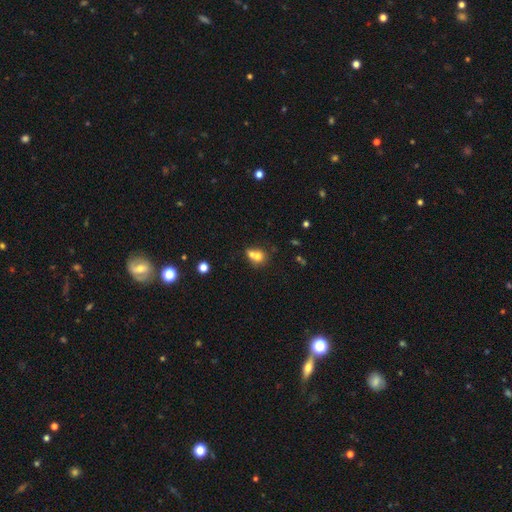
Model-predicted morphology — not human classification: Smooth or featured? smooth (68%)
How rounded? round (71%)
Merging? merger (60%)